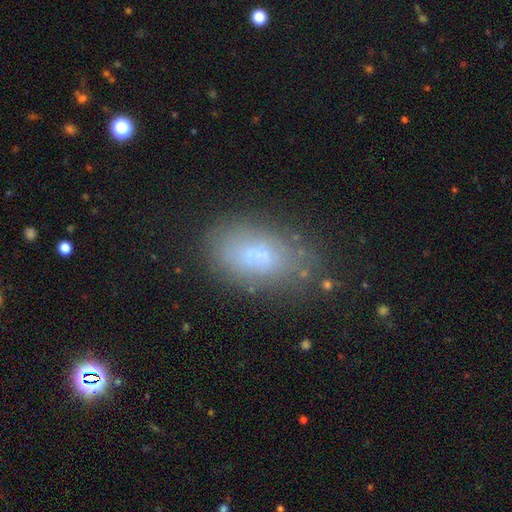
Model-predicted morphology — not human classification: Smooth or featured?
  - smooth: 64% *
  - featured or disk: 24%
  - star or artifact: 12%
How rounded?
  - in between: 89% *
  - round: 7%
  - cigar-shaped: 4%
Merging?
  - none: 61% *
  - minor disturbance: 22%
  - major disturbance: 9%
  - merger: 7%